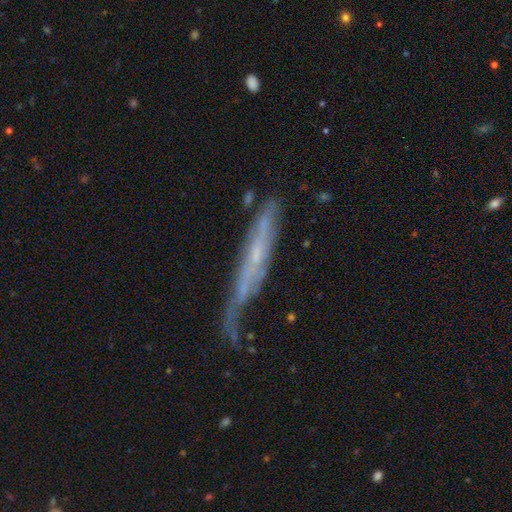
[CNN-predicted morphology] Smooth or featured? featured or disk (66%)
Edge-on disk? yes (68%)
Merging? none (41%)